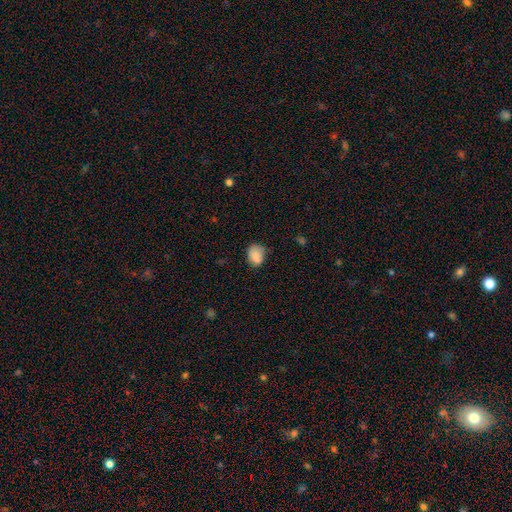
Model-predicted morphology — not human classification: Smooth or featured? smooth (83%)
How rounded? in between (56%)
Merging? none (63%)